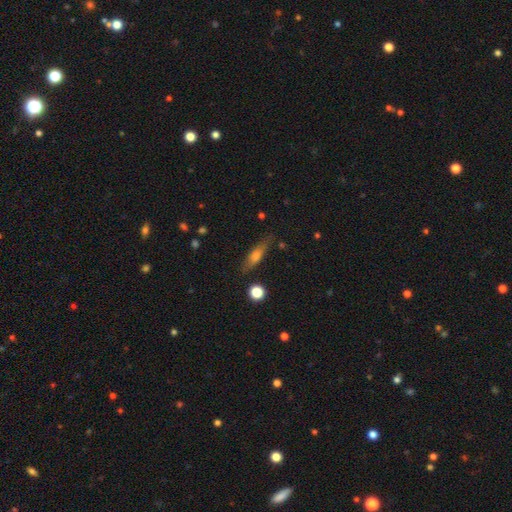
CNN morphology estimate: This is possibly a smooth galaxy (48%). Merging: clearly none (82%).